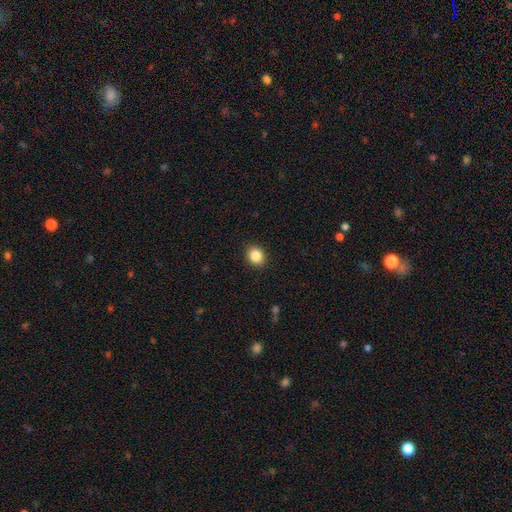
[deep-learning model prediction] Morphology: type=smooth (86%); roundness=round (72%); merging=none (91%).